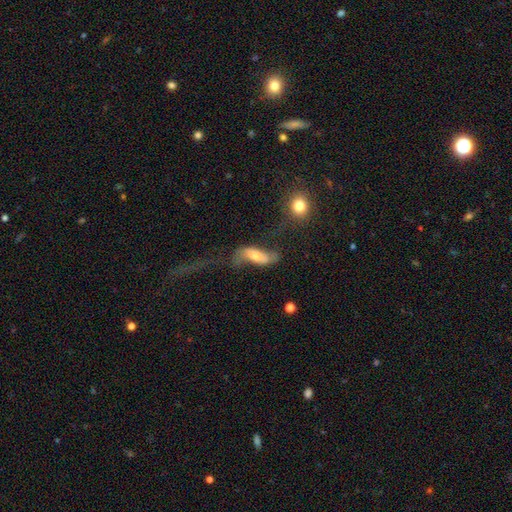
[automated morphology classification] smooth_or_featured: featured or disk (p=0.57) [alt: smooth p=0.35]
disk_edge_on: no (p=0.78) [alt: yes p=0.22]
merging: major disturbance (p=0.39) [alt: none p=0.32]